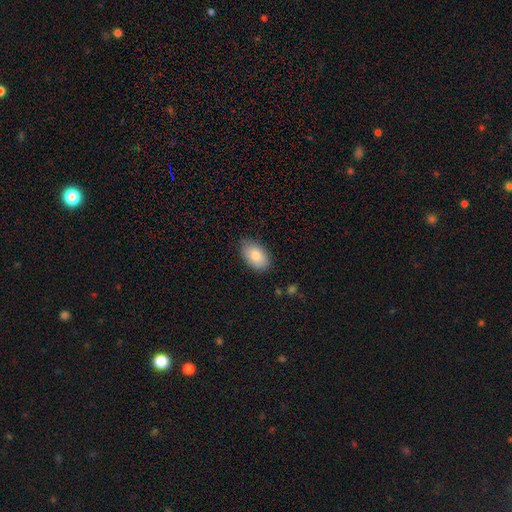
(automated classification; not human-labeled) The model was most divided on "merging": none: 81%, minor disturbance: 15%, major disturbance: 3%, merger: 1%. More confident: how rounded — in between (93%); smooth or featured — smooth (85%).